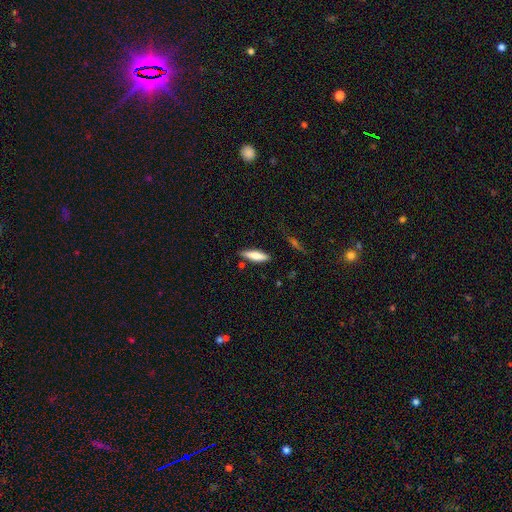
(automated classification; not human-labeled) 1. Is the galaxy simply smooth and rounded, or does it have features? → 73% smooth, 21% featured or disk, 6% star or artifact.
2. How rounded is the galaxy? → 62% cigar-shaped, 37% in between, 2% round.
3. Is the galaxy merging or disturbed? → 81% none, 13% minor disturbance, 3% major disturbance, 3% merger.